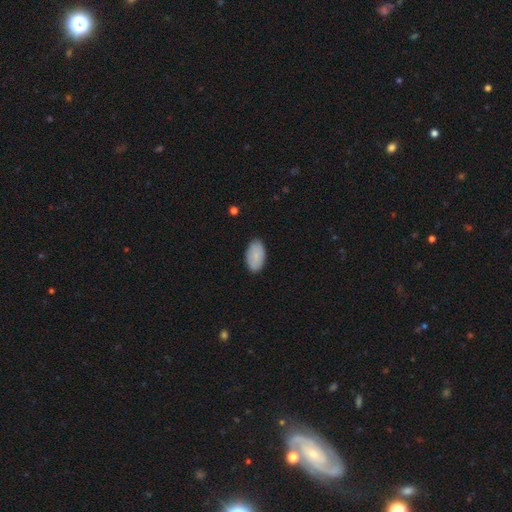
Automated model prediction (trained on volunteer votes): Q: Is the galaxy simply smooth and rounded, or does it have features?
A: smooth — 82%.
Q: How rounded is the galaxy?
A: in between — 95%.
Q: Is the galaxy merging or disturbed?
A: none — 85%.